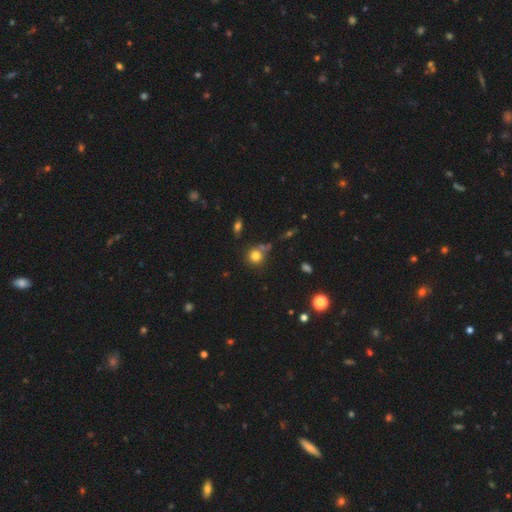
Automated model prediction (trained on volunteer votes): This appears to be a smooth galaxy with no disk features (78%) that is round (88%). Merging: none (64%).